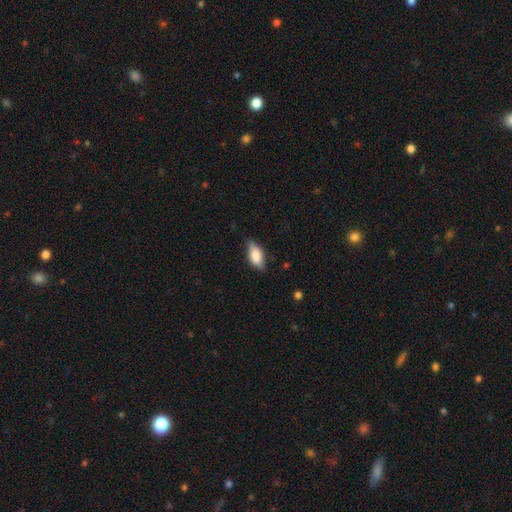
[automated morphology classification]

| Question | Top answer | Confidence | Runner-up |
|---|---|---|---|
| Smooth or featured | smooth | 79% | featured or disk (14%) |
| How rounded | in between | 86% | cigar-shaped (11%) |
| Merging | none | 74% | minor disturbance (21%) |